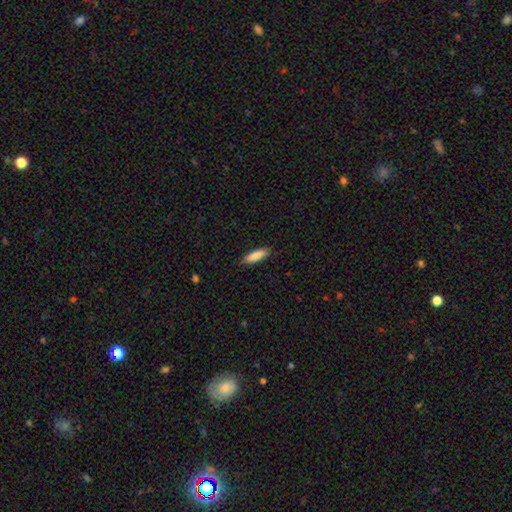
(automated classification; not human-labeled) Q: Smooth or featured?
A: smooth (86%); runner-up: featured or disk (8%)
Q: How rounded?
A: cigar-shaped (60%); runner-up: in between (39%)
Q: Merging?
A: none (88%); runner-up: minor disturbance (9%)